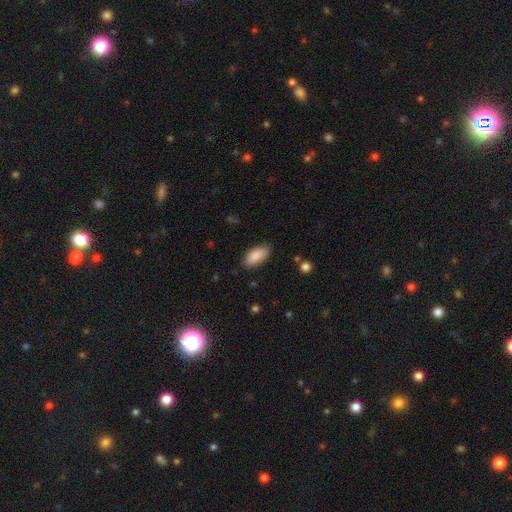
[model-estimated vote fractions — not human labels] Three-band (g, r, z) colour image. It shows a smooth galaxy with no disk features (88%) that is in between round and cigar-shaped (89%). Merging: none (83%).